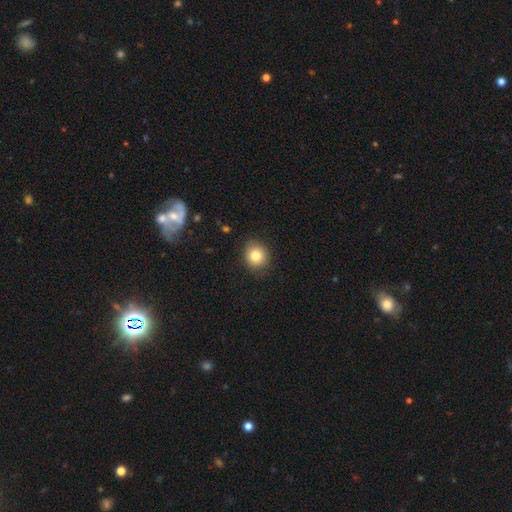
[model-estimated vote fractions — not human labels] smooth 81%, star or artifact 10%, featured or disk 9%. Down the decision tree: how rounded — round (79%); merging — none (85%).